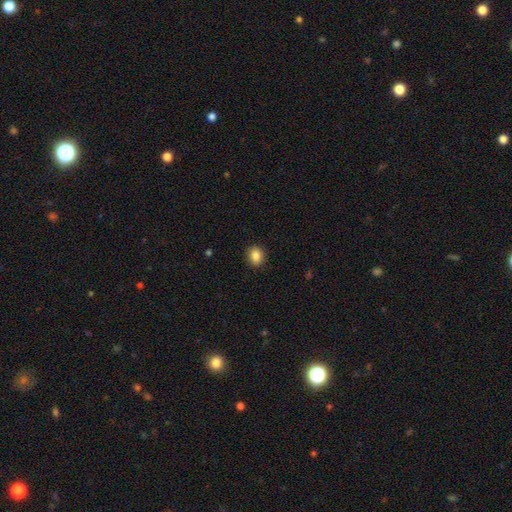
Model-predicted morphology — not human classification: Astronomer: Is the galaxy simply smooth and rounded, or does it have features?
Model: smooth — 85%.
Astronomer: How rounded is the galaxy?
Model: round — 74%.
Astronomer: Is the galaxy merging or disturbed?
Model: none — 92%.